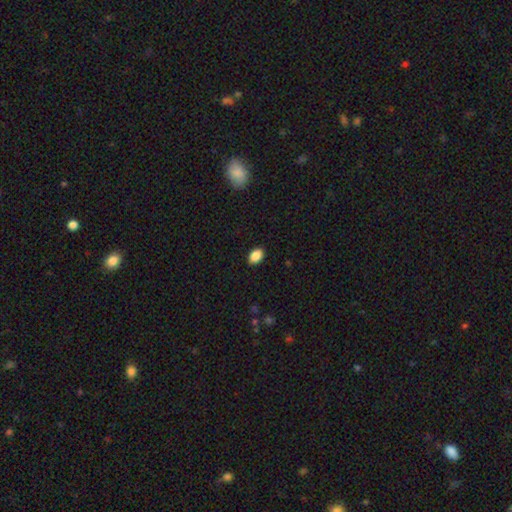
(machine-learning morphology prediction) smooth_or_featured: smooth (p=0.89) [alt: star or artifact p=0.08]
how_rounded: in between (p=0.87) [alt: round p=0.12]
merging: none (p=0.90) [alt: minor disturbance p=0.08]